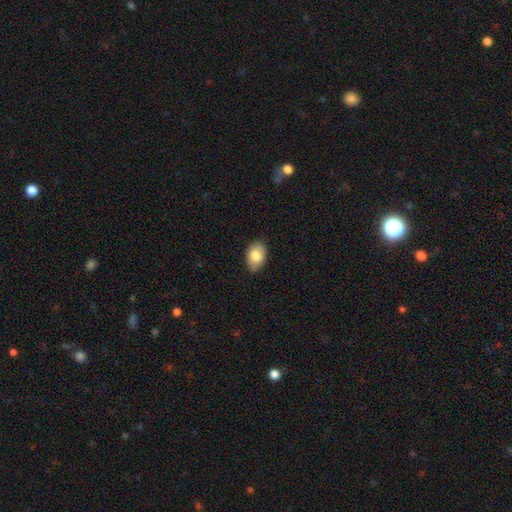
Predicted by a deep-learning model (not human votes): Morphology: type=smooth (79%); roundness=in between (84%); merging=none (78%).